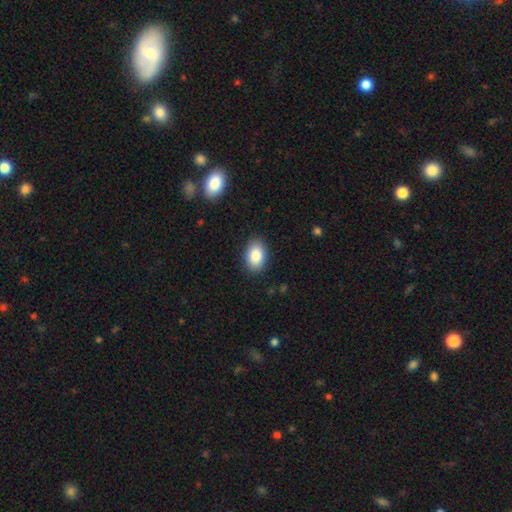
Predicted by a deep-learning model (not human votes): Smooth or featured? smooth (87%)
How rounded? in between (88%)
Merging? none (88%)